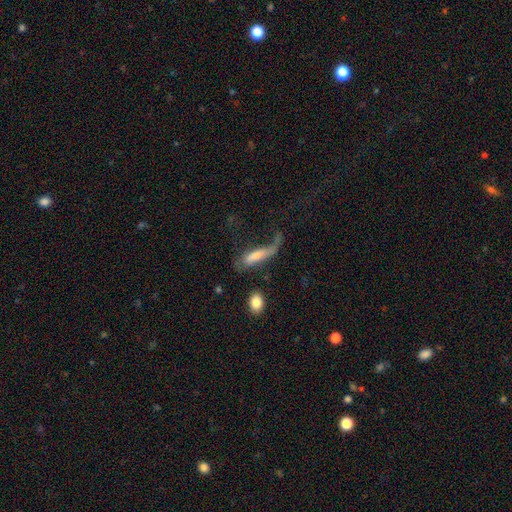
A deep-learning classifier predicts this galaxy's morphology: Smooth or featured: smooth — 47% (featured or disk — 44%)
Merging: major disturbance — 50% (none — 24%)